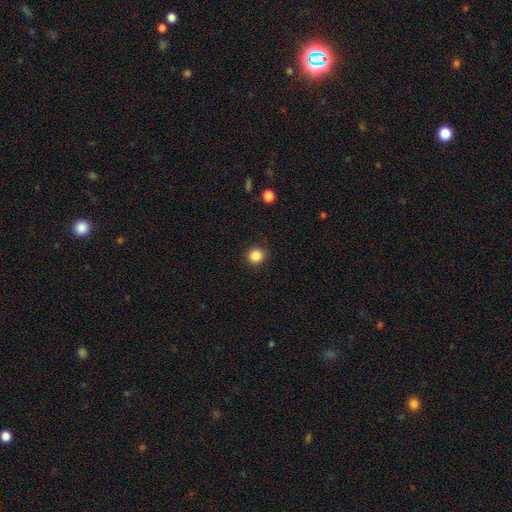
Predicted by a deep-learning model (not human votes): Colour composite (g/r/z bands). It shows a smooth galaxy with no disk features (86%) that is round (91%). Merging: none (89%).